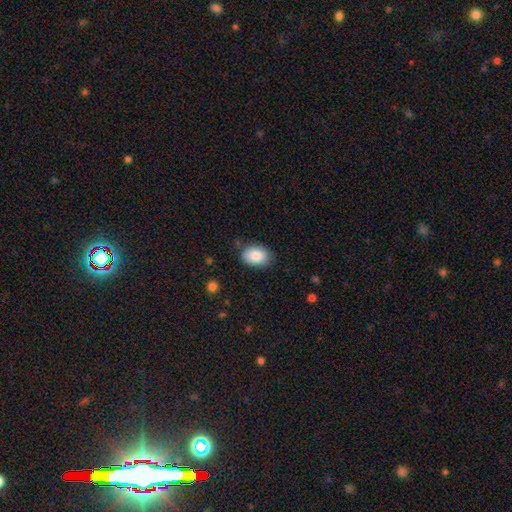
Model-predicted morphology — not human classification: Smooth or featured?
  - smooth: 86% *
  - star or artifact: 7%
  - featured or disk: 7%
How rounded?
  - in between: 82% *
  - round: 17%
  - cigar-shaped: 1%
Merging?
  - none: 83% *
  - minor disturbance: 13%
  - major disturbance: 3%
  - merger: 1%